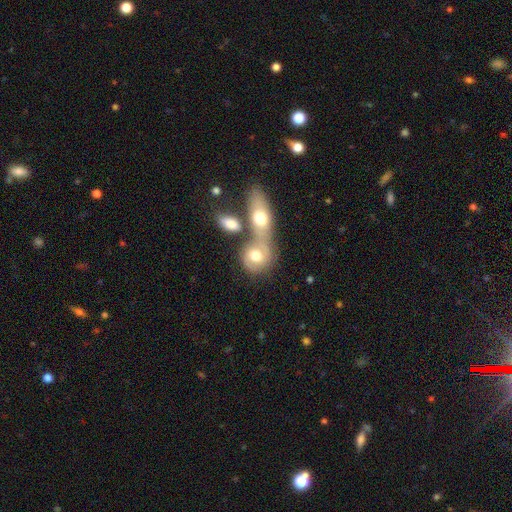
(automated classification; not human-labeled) Overall: smooth (60%; featured or disk 33%). How rounded: round (51%; in between 46%). Merging: merger (56%; none 27%).